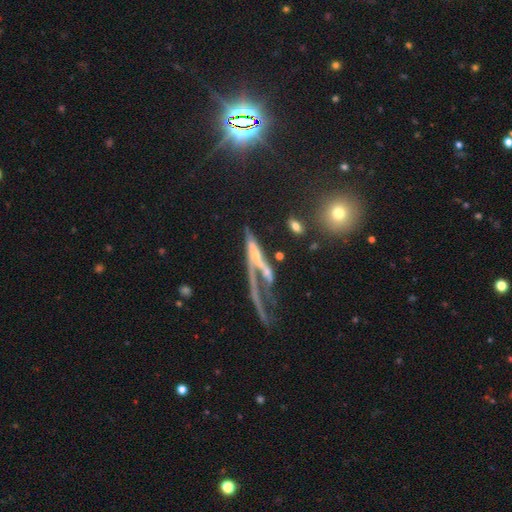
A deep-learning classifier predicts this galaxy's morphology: This is likely a featured or disk galaxy (61%). It is likely not viewed edge-on (67%). Merging: marginally major disturbance (38%).